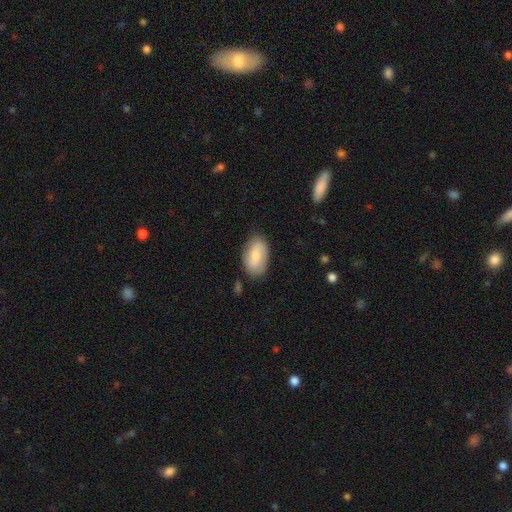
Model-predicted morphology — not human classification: Smooth or featured: smooth — 79% (featured or disk — 15%)
How rounded: in between — 94% (round — 4%)
Merging: none — 78% (minor disturbance — 16%)